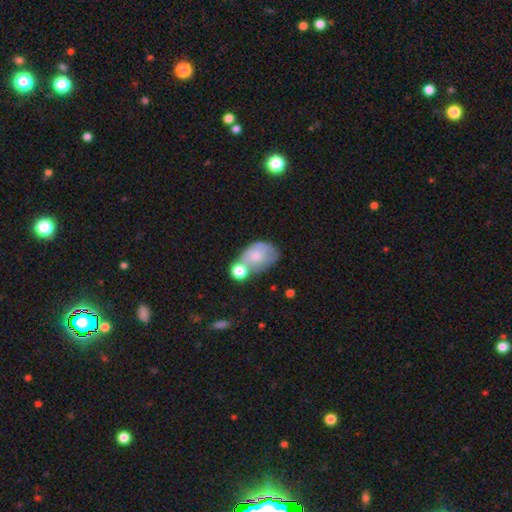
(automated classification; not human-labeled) The model was most divided on "merging": none: 32%, merger: 29%, minor disturbance: 25%, major disturbance: 14%. More confident: how rounded — in between (80%); smooth or featured — smooth (62%).